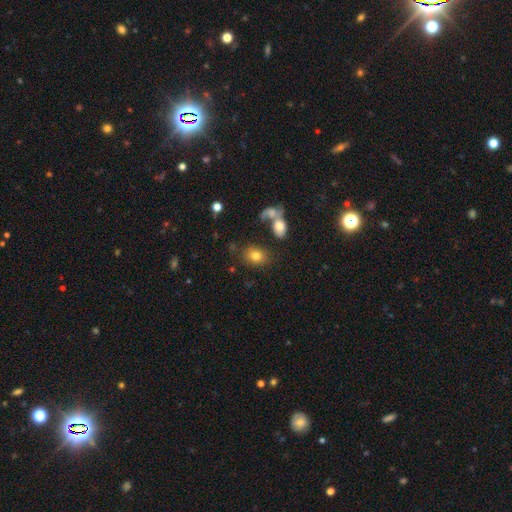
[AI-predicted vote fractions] The model was most divided on "how rounded": in between: 61%, round: 37%, cigar-shaped: 1%. More confident: smooth or featured — smooth (79%); merging — none (70%).